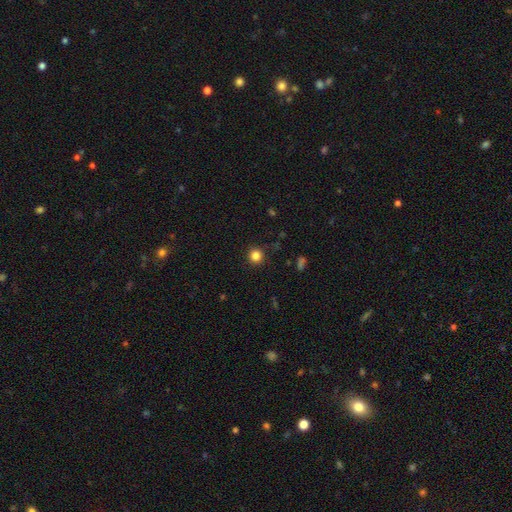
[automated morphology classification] smooth-or-featured: smooth: 83% | star or artifact: 13% | featured or disk: 4%
  how-rounded: round: 94% | in between: 5% | cigar-shaped: 1%
  merging: none: 90% | minor disturbance: 6% | major disturbance: 2% | merger: 1%